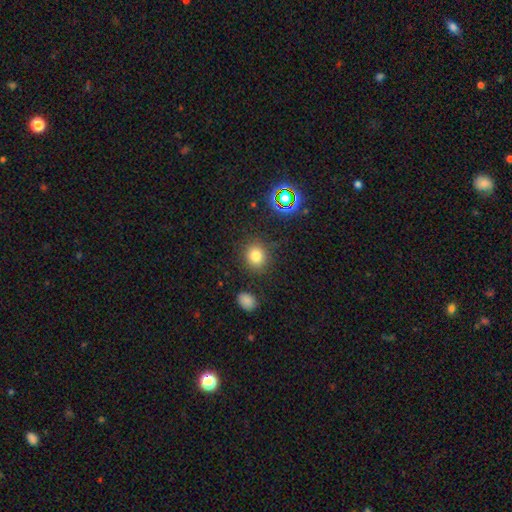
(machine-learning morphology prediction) Smooth or featured?
  - smooth: 77% *
  - star or artifact: 16%
  - featured or disk: 7%
How rounded?
  - round: 78% *
  - in between: 21%
  - cigar-shaped: 1%
Merging?
  - none: 84% *
  - minor disturbance: 9%
  - major disturbance: 4%
  - merger: 3%